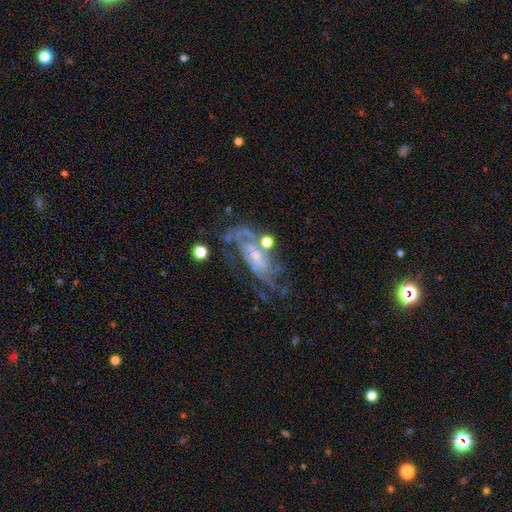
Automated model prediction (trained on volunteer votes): The model was most divided on "spiral winding": tight: 44%, medium: 42%, loose: 14%. Remaining: edge-on disk — no (93%); spiral arms — yes (93%); smooth or featured — featured or disk (83%); merging — none (54%); bulge size — small (54%); bar — no (42%); spiral arm count — can't tell (30%).